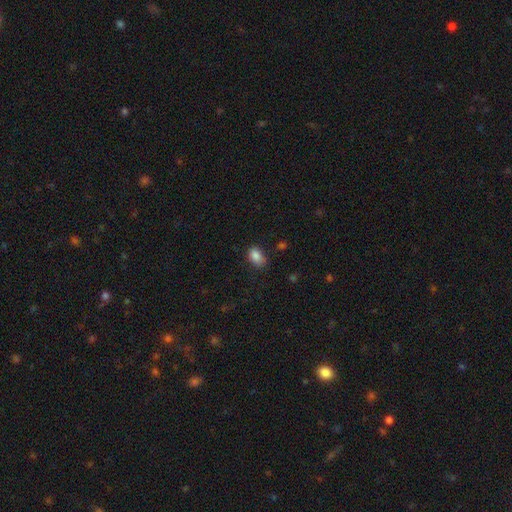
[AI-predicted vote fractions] Q: Smooth or featured?
A: smooth (86%); runner-up: star or artifact (9%)
Q: How rounded?
A: in between (85%); runner-up: round (14%)
Q: Merging?
A: none (72%); runner-up: minor disturbance (21%)